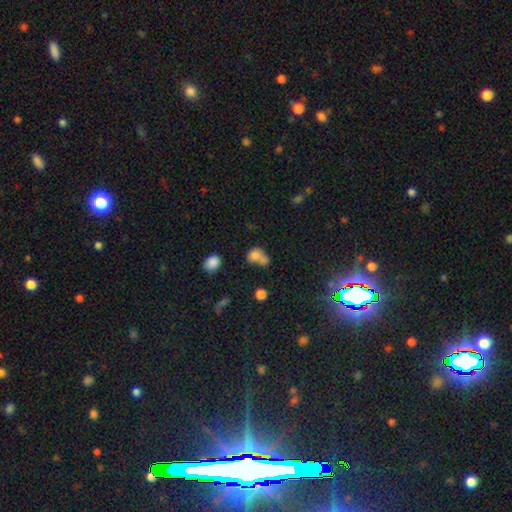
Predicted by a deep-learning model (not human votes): Smooth or featured? smooth (73%)
How rounded? round (53%)
Merging? merger (50%)